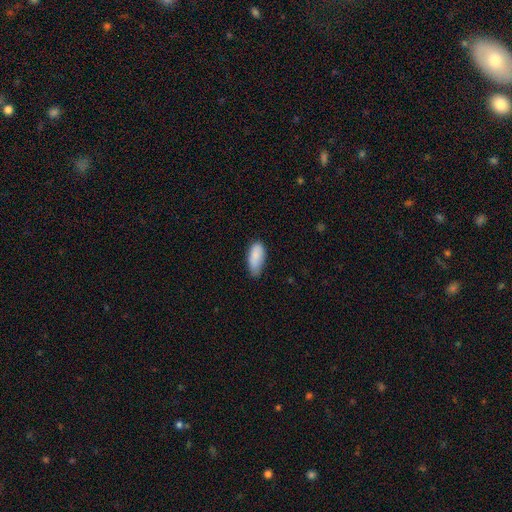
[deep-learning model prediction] Morphology: type=smooth (87%); roundness=in between (86%); merging=none (56%).